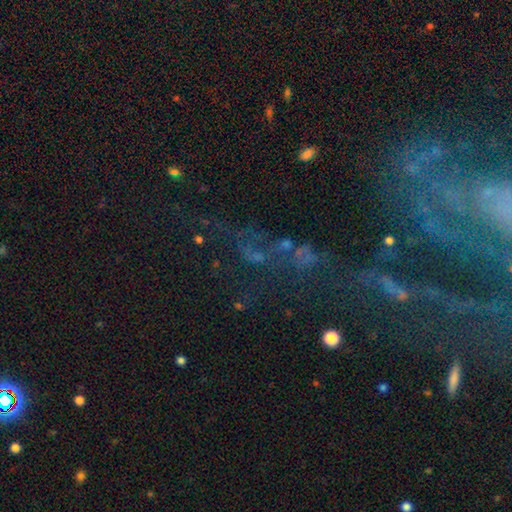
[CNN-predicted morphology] Smooth or featured?
  - star or artifact: 54% *
  - featured or disk: 30%
  - smooth: 17%